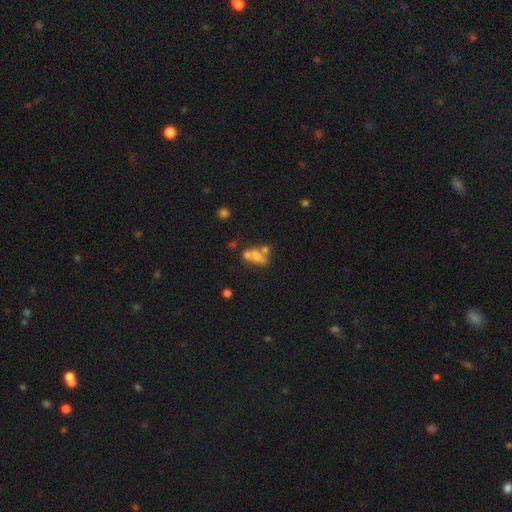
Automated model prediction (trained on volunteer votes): Overall: smooth (51%; featured or disk 35%). How rounded: in between (74%). Merging: merger (47%; none 28%).